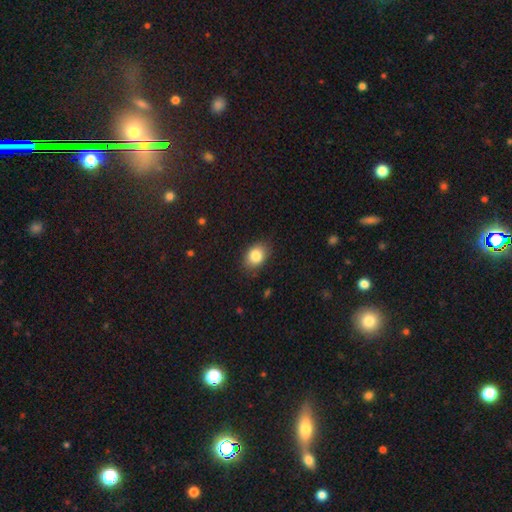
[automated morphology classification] Q: Smooth or featured?
A: smooth (84%); runner-up: star or artifact (8%)
Q: How rounded?
A: in between (73%); runner-up: round (26%)
Q: Merging?
A: none (83%); runner-up: minor disturbance (13%)